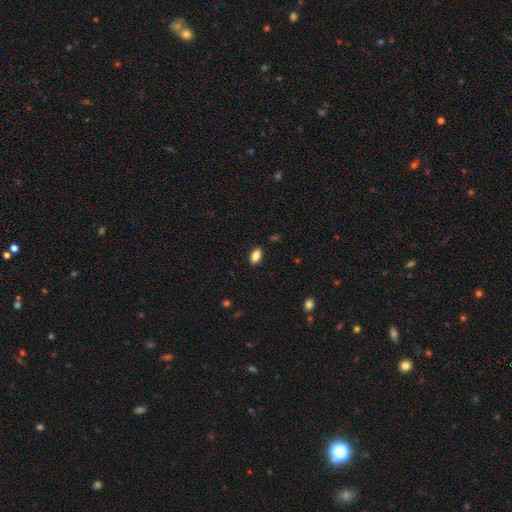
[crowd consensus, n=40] A smooth galaxy with no disk features (85%) that is in between round and cigar-shaped (94%). Merging: none (89%).